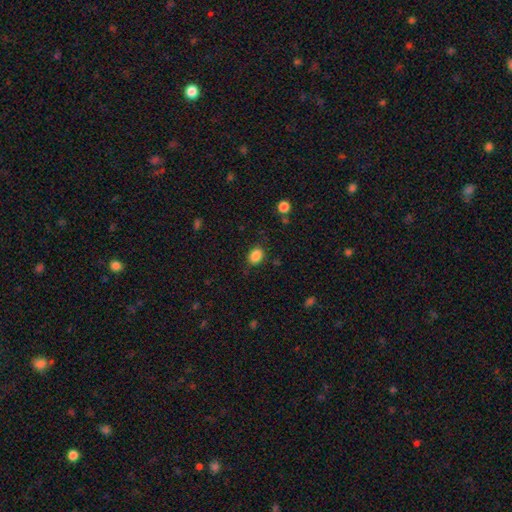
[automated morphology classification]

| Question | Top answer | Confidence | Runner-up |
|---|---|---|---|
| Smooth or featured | smooth | 87% | star or artifact (10%) |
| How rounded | in between | 62% | round (37%) |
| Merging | none | 83% | minor disturbance (12%) |